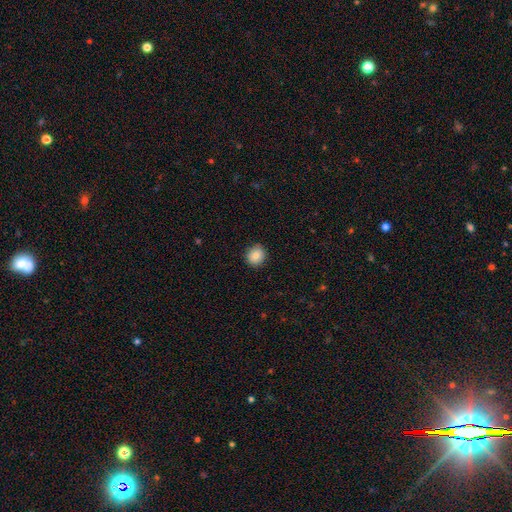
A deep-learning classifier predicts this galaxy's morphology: A smooth galaxy with no disk features (84%) that is round (83%). Merging: none (89%).